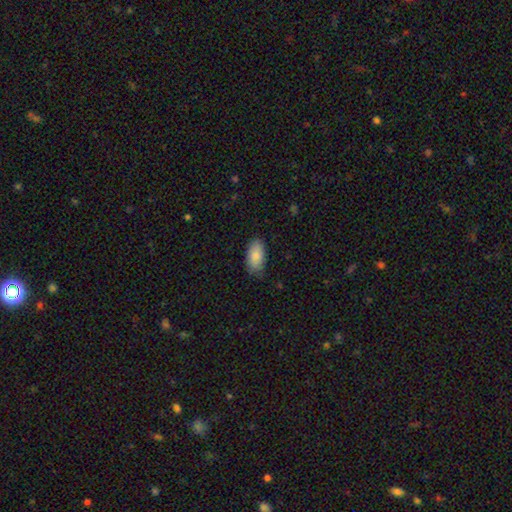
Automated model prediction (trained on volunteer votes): A smooth galaxy with no disk features (87%) that is in between round and cigar-shaped (94%). Merging: none (81%).